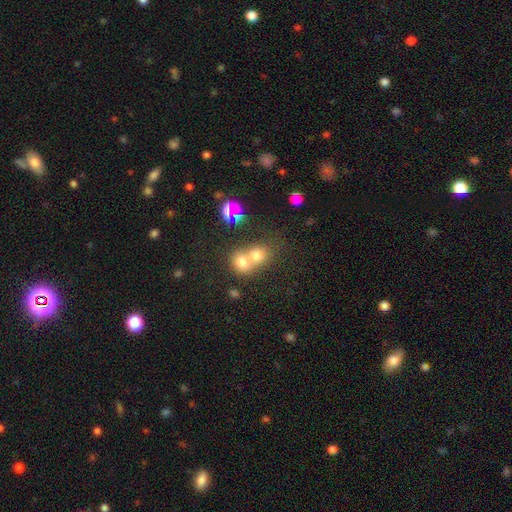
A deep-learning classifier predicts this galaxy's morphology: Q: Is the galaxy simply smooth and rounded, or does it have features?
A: smooth — 69%.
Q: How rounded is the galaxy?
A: round — 75%.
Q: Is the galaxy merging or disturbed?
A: merger — 61%.